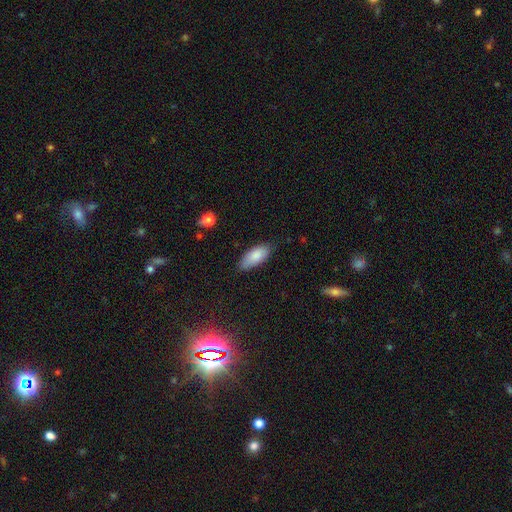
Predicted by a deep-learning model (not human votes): Smooth or featured: smooth — 85% (featured or disk — 9%)
How rounded: in between — 86% (cigar-shaped — 12%)
Merging: none — 74% (minor disturbance — 21%)